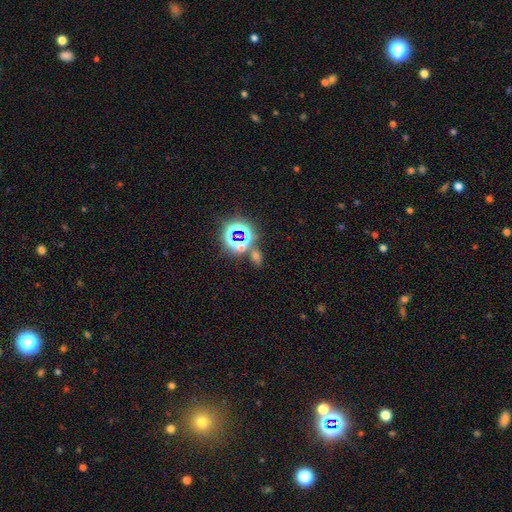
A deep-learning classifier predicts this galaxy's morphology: Q: Smooth or featured?
A: star or artifact (54%); runner-up: smooth (38%)